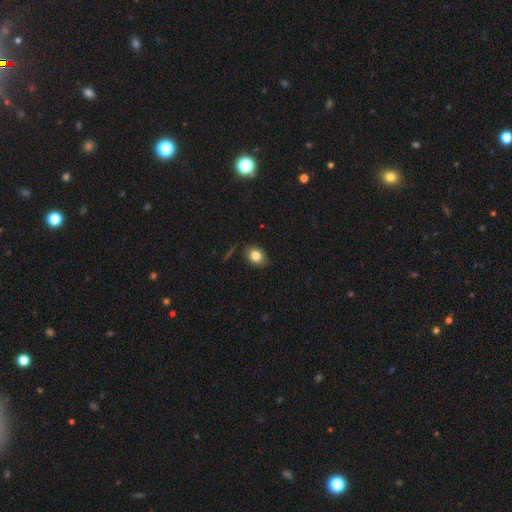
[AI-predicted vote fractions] The model was most divided on "how rounded": in between: 64%, round: 35%, cigar-shaped: 1%. More confident: merging — none (81%); smooth or featured — smooth (81%).